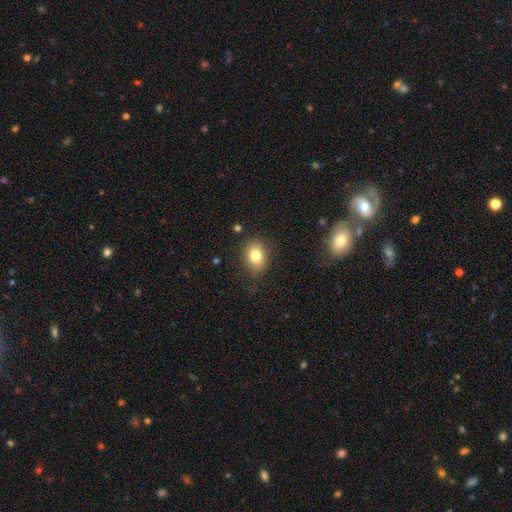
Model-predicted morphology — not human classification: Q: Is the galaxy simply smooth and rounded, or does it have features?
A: smooth — 79%.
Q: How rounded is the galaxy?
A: in between — 60%.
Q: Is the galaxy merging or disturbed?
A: none — 82%.